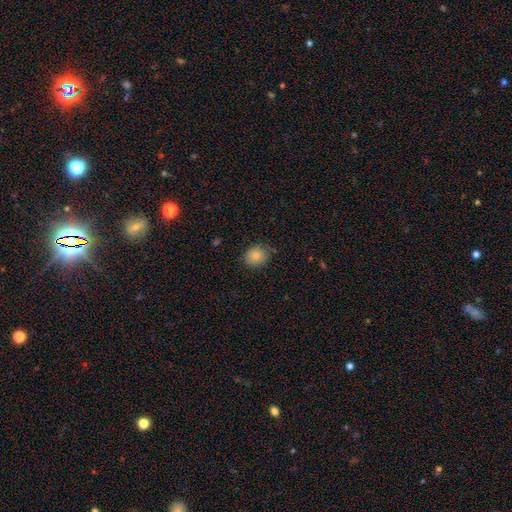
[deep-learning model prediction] Q: Smooth or featured?
A: smooth (84%); runner-up: star or artifact (10%)
Q: How rounded?
A: round (70%); runner-up: in between (29%)
Q: Merging?
A: none (80%); runner-up: minor disturbance (16%)